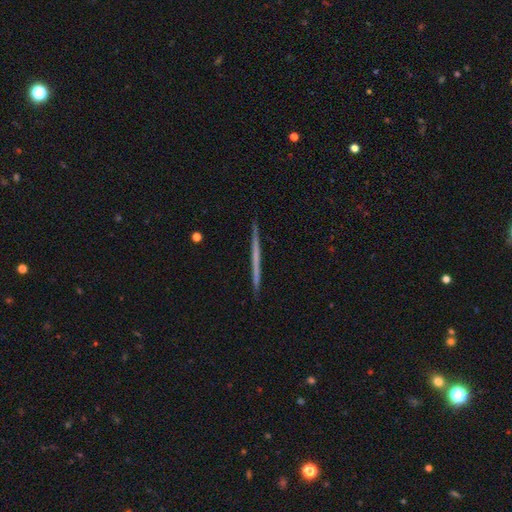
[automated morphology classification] Smooth or featured: featured or disk — 56% (smooth — 39%)
Edge-on disk: yes — 98% (no — 2%)
Edge-on bulge: none — 94% (rounded — 4%)
Merging: none — 93% (minor disturbance — 5%)